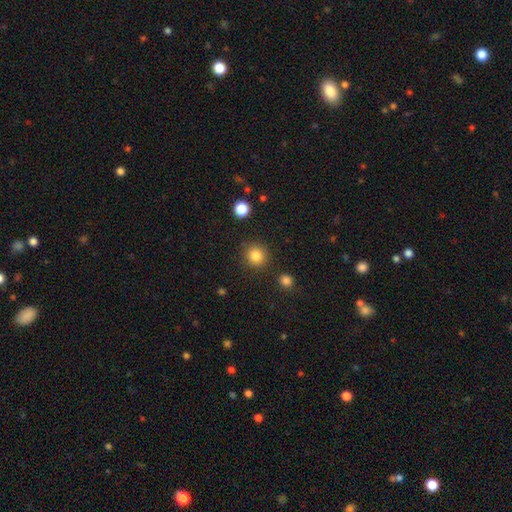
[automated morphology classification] Smooth or featured? smooth (84%)
How rounded? round (92%)
Merging? none (87%)